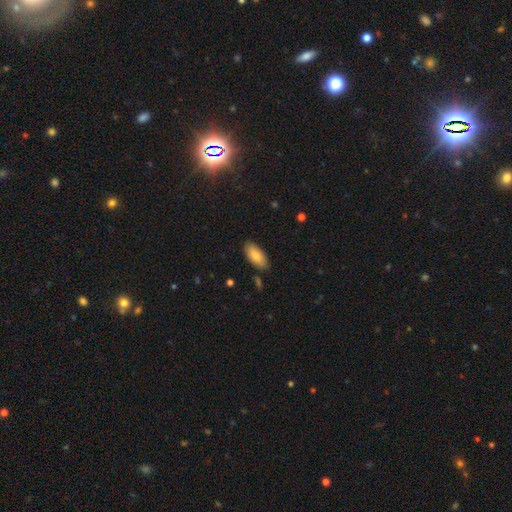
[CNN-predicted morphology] smooth-or-featured: smooth: 84% | featured or disk: 10% | star or artifact: 6%
  how-rounded: in between: 91% | cigar-shaped: 7% | round: 2%
  merging: none: 84% | minor disturbance: 12% | major disturbance: 2% | merger: 2%